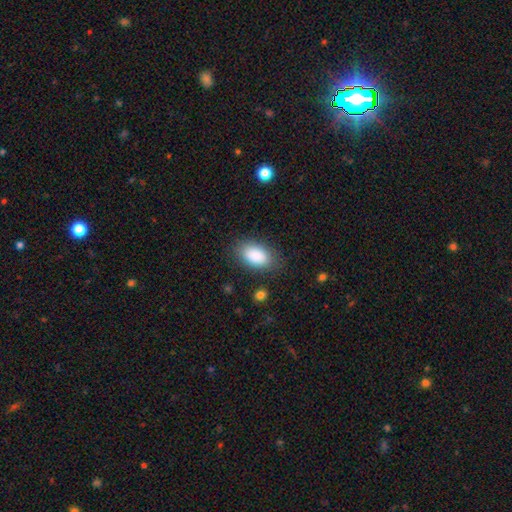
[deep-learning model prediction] This appears to be a smooth galaxy with no disk features (88%) that is in between round and cigar-shaped (93%). Merging: none (82%).